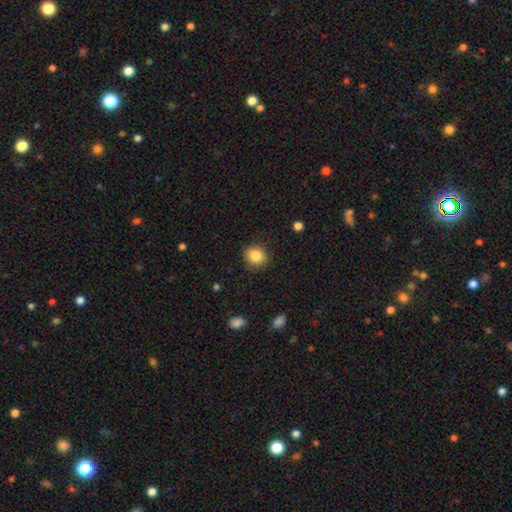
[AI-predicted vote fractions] Smooth or featured? smooth (85%)
How rounded? round (81%)
Merging? none (88%)